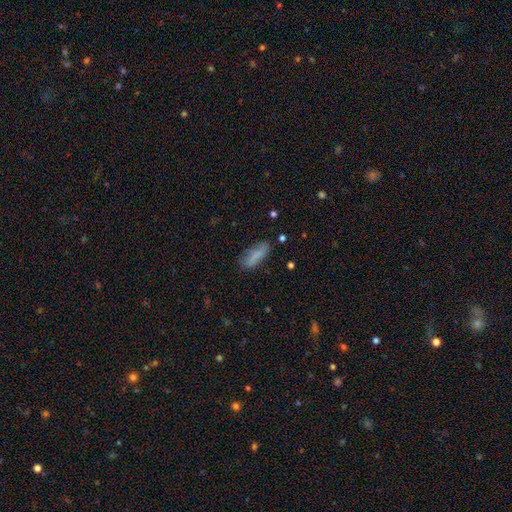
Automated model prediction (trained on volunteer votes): A smooth galaxy with no disk features (78%) that is in between round and cigar-shaped (56%). Merging: none (65%).